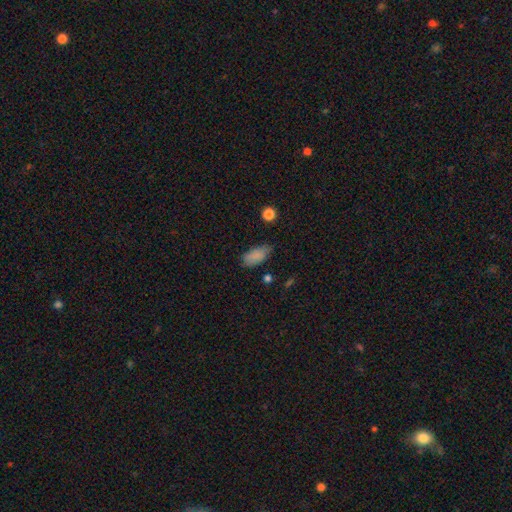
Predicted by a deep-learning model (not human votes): Overall: smooth (85%). How rounded: in between (90%). Merging: none (69%).